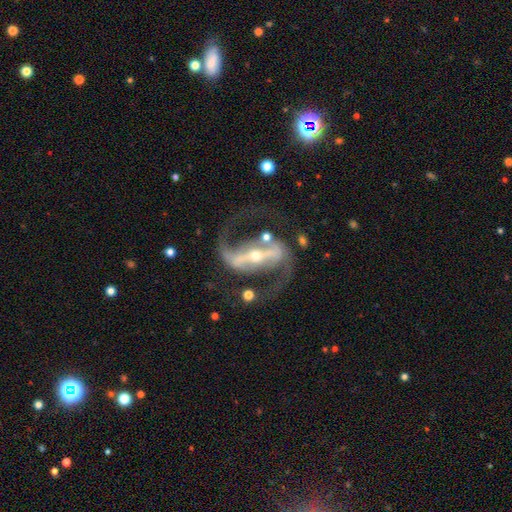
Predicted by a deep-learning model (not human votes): featured or disk 93%, star or artifact 4%, smooth 3%. Down the decision tree: edge-on disk — no (95%); bar — strong (80%); spiral arms — yes (97%); spiral arm count — 2 (94%); spiral winding — medium (56%); bulge size — small (64%); merging — none (75%).